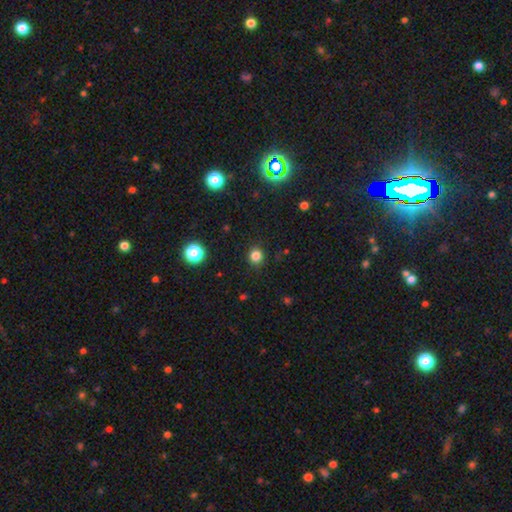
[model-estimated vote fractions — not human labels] This appears to be a smooth galaxy with no disk features (82%) that is round (89%). Merging: none (90%).